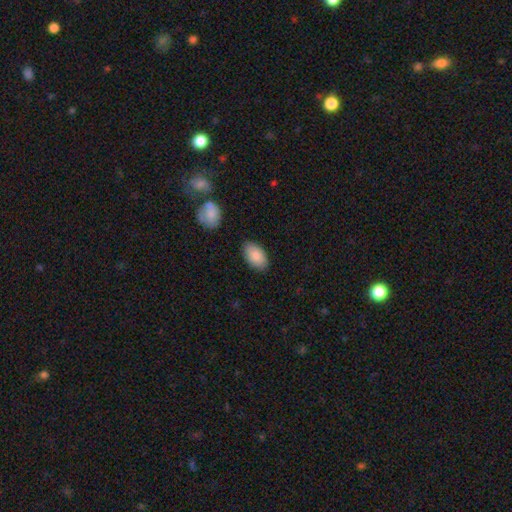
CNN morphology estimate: Smooth or featured: smooth — 87% (featured or disk — 7%)
How rounded: in between — 94% (round — 5%)
Merging: none — 85% (minor disturbance — 11%)